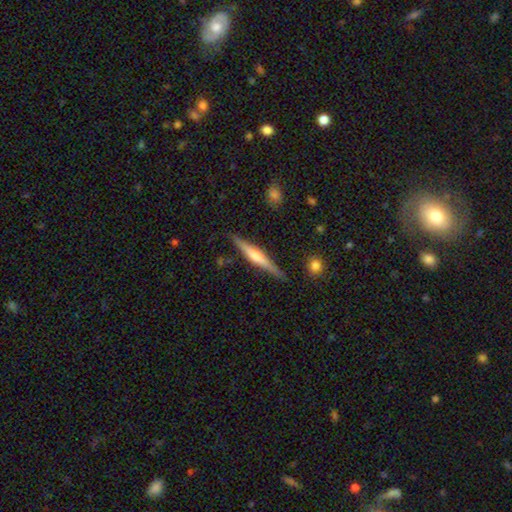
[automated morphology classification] This is likely a featured or disk galaxy (65%). It is clearly viewed edge-on (98%). Edge-on bulge: likely rounded (74%). Merging: clearly none (88%).